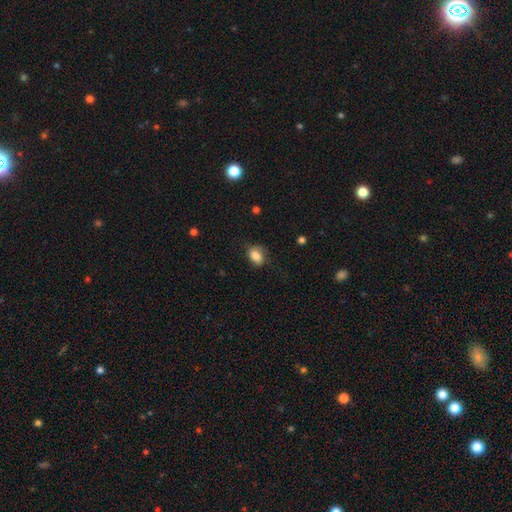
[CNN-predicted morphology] A smooth galaxy with no disk features (83%) that is in between round and cigar-shaped (76%). Merging: none (66%).